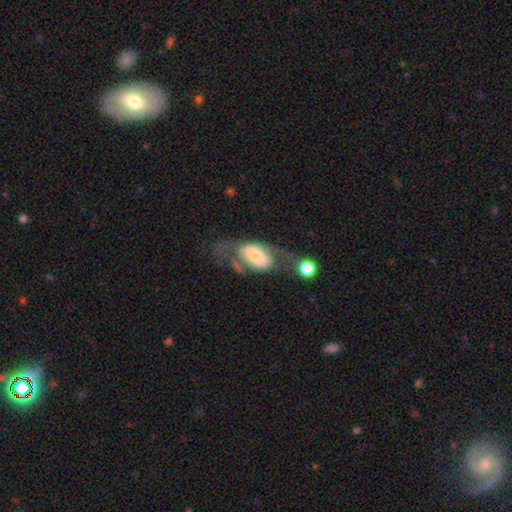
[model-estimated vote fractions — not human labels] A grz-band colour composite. It shows a featured or disk galaxy (52%). Merging: major disturbance (34%).